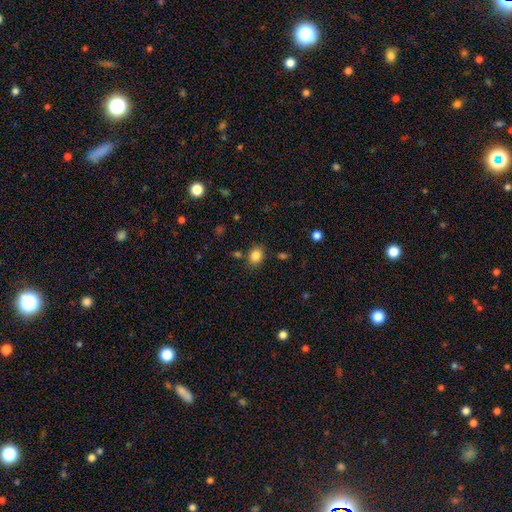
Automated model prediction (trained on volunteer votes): This is clearly a smooth galaxy (84%). How rounded: possibly in between (55%). Merging: likely none (78%).